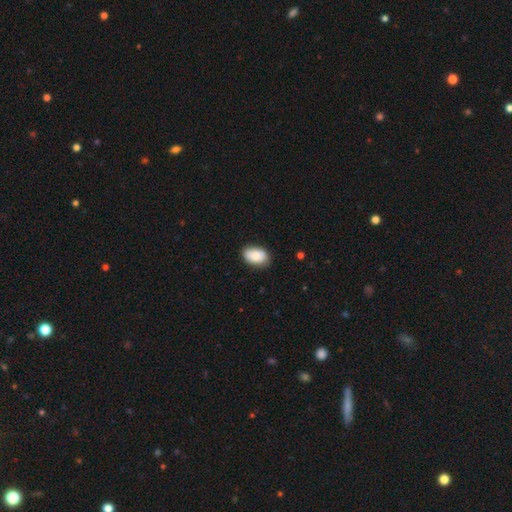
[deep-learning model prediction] This appears to be a smooth galaxy with no disk features (80%) that is in between round and cigar-shaped (91%). Merging: none (82%).